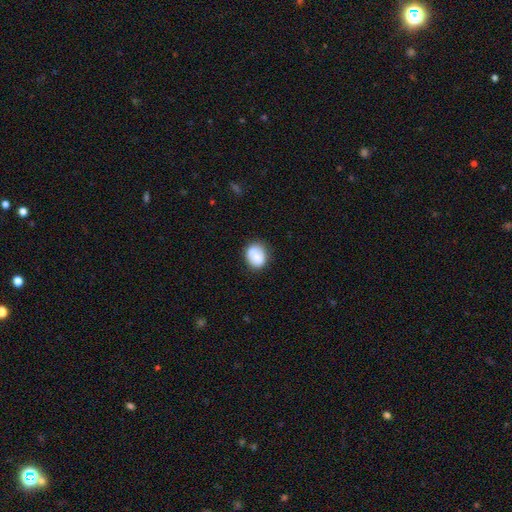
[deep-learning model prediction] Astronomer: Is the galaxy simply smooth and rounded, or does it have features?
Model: smooth — 67%.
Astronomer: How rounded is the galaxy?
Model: in between — 50% (runner-up: round, 48%).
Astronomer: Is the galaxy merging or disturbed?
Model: none — 50% (runner-up: merger, 27%).